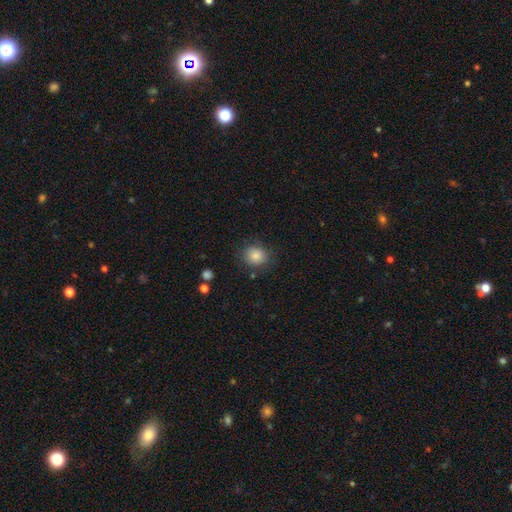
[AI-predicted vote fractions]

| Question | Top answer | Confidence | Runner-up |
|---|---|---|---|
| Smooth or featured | smooth | 84% | star or artifact (10%) |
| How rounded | round | 75% | in between (24%) |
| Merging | none | 81% | minor disturbance (13%) |